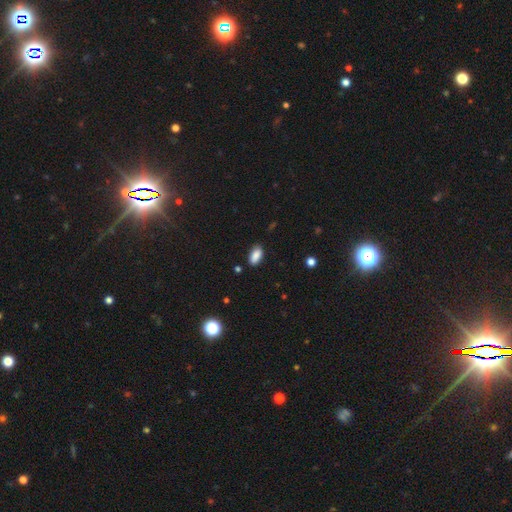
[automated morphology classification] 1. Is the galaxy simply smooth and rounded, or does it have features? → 88% smooth, 8% star or artifact, 4% featured or disk.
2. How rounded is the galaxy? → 91% in between, 6% cigar-shaped, 3% round.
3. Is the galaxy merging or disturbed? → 84% none, 12% minor disturbance, 2% major disturbance, 1% merger.